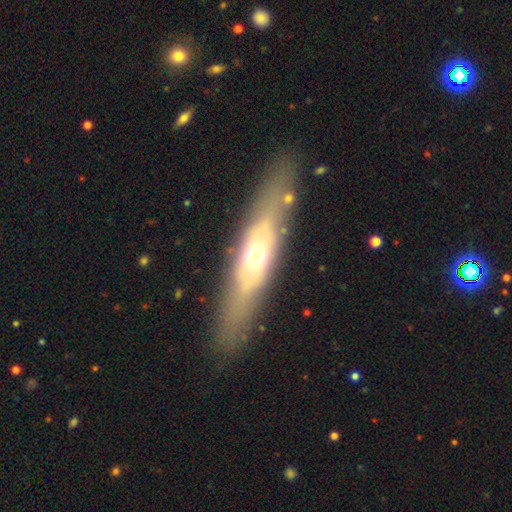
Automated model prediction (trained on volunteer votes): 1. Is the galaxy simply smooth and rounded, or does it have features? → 58% featured or disk, 35% smooth, 7% star or artifact.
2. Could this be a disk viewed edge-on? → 66% yes, 34% no.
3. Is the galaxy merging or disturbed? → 83% none, 11% minor disturbance, 4% major disturbance, 2% merger.